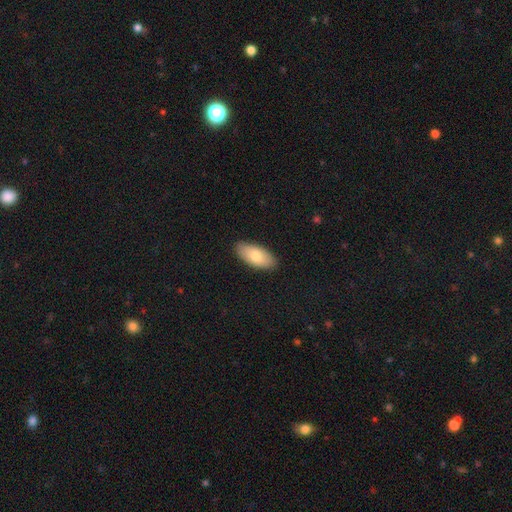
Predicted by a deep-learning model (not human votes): Morphology: type=smooth (78%); roundness=in between (90%); merging=none (88%).